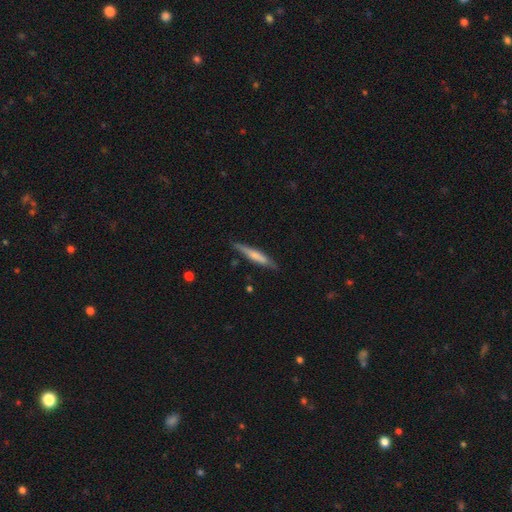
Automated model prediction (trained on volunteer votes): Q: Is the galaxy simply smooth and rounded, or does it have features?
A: smooth — 55%.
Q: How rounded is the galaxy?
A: cigar-shaped — 92%.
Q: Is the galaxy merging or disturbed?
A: none — 84%.